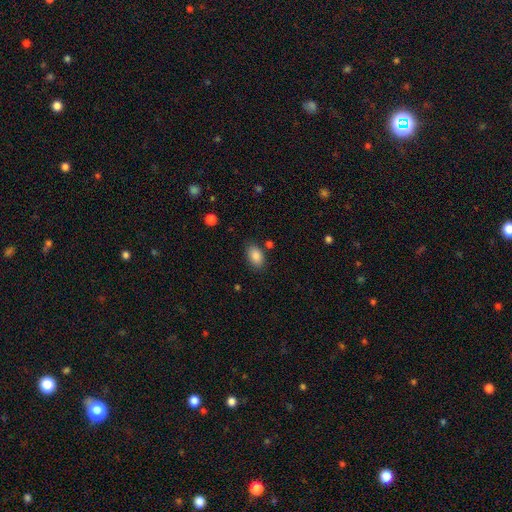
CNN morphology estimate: Overall: smooth (87%). How rounded: in between (89%). Merging: none (81%).